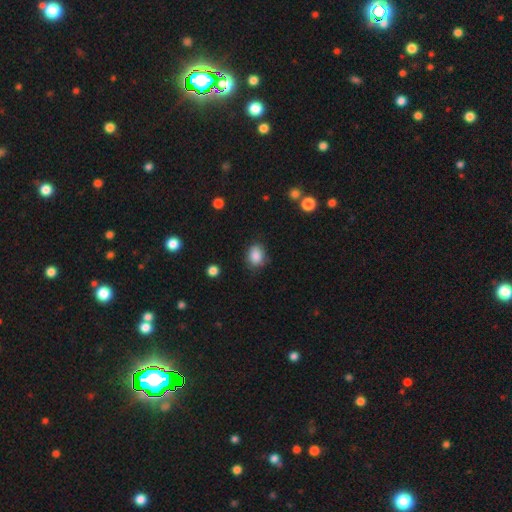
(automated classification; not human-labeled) Smooth or featured?
  - smooth: 86% *
  - star or artifact: 9%
  - featured or disk: 5%
How rounded?
  - in between: 59% *
  - round: 40%
  - cigar-shaped: 1%
Merging?
  - none: 77% *
  - minor disturbance: 18%
  - major disturbance: 4%
  - merger: 2%